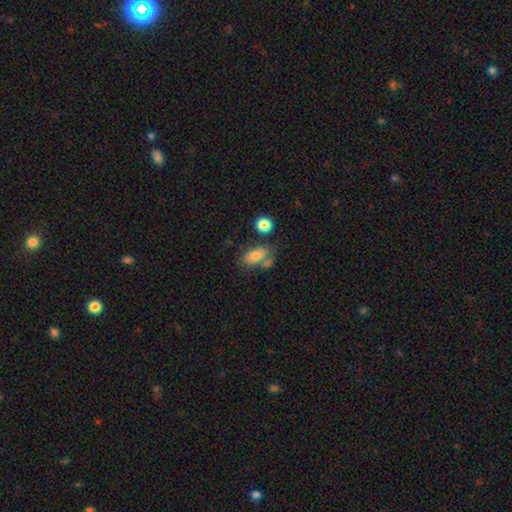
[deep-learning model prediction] Morphology: type=smooth (75%); roundness=in between (88%); merging=none (53%).